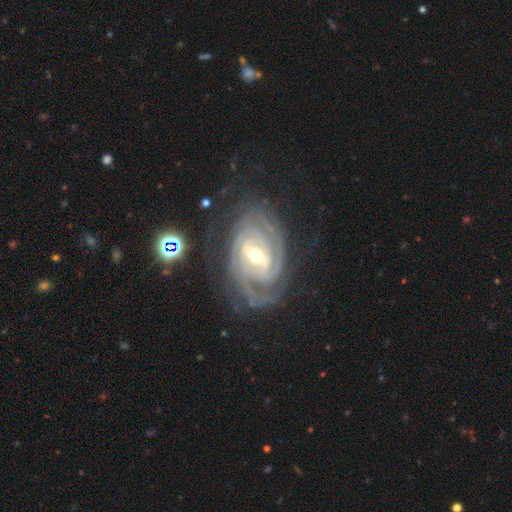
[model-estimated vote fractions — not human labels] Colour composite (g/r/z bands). It shows a featured or disk galaxy (91%) with a weak bar (42%, tied with strong), 3 (29%) tight (75%) spiral arms (98%) and a moderate central bulge (56%). Merging: none (73%).